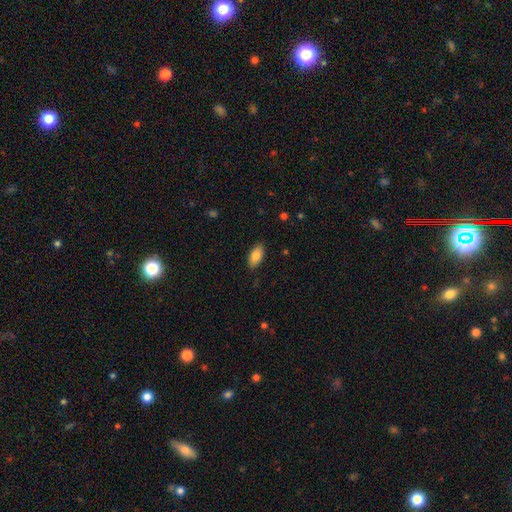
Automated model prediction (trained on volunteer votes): A smooth galaxy with no disk features (84%) that is in between round and cigar-shaped (91%).

Vote fractions:
- Smooth or featured? smooth: 84% / featured or disk: 9% / star or artifact: 7%
- How rounded? in between: 91% / cigar-shaped: 6% / round: 3%
- Merging? none: 86% / minor disturbance: 10% / major disturbance: 2% / merger: 1%